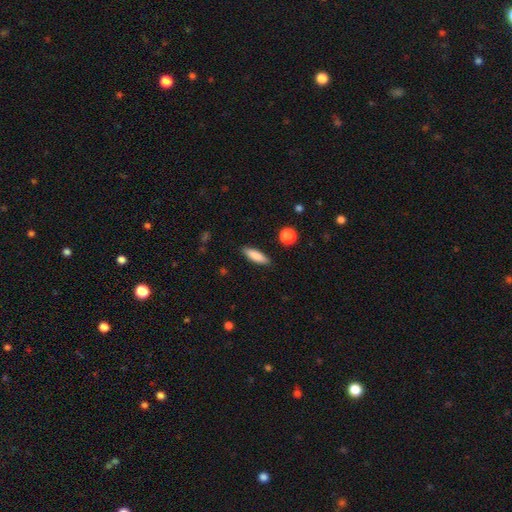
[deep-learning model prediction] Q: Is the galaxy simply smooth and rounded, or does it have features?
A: smooth — 85%.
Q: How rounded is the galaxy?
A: cigar-shaped — 57%.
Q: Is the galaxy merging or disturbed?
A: none — 88%.